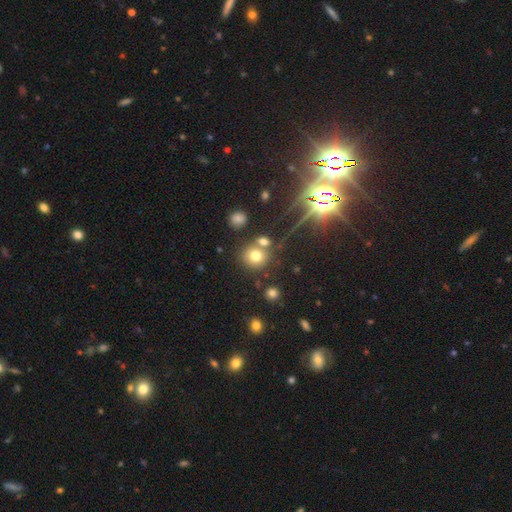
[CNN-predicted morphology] Smooth or featured: smooth — 71% (star or artifact — 18%)
How rounded: round — 84% (in between — 15%)
Merging: none — 65% (merger — 22%)